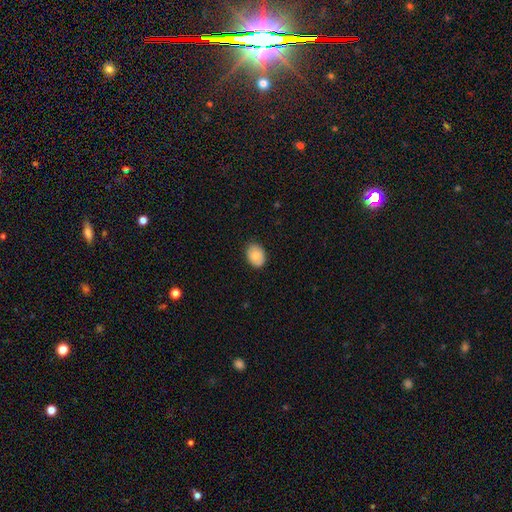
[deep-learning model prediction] Smooth or featured? smooth (76%)
How rounded? in between (64%)
Merging? none (88%)